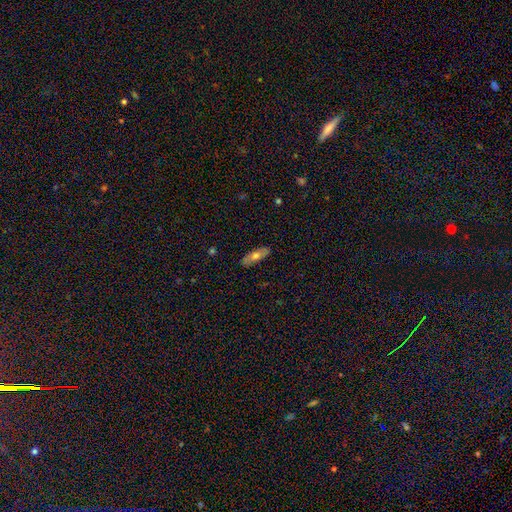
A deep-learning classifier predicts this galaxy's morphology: type=smooth (59%); roundness=in between (66%); merging=none (84%).